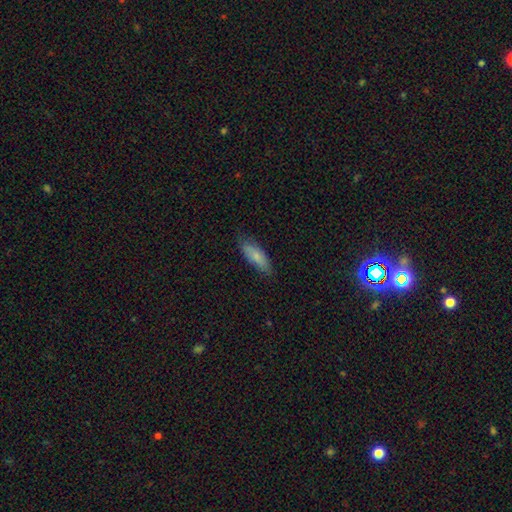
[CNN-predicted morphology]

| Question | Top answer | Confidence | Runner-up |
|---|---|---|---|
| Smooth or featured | smooth | 78% | featured or disk (16%) |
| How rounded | in between | 59% | cigar-shaped (39%) |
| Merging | none | 78% | minor disturbance (18%) |